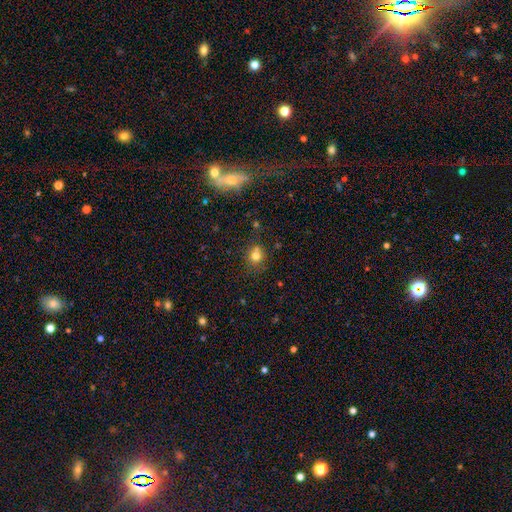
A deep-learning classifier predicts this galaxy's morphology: Smooth or featured? Predicted: smooth (p=0.74). How rounded? Predicted: round (p=0.83). Merging? Predicted: none (p=0.65).